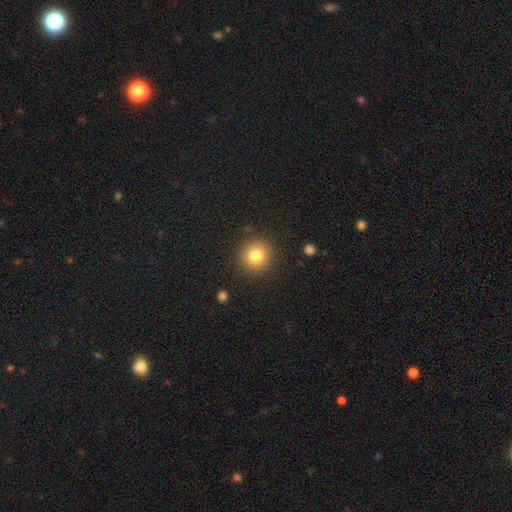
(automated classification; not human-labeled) smooth-or-featured: smooth: 81% | star or artifact: 11% | featured or disk: 8%
  how-rounded: round: 93% | in between: 6% | cigar-shaped: 1%
  merging: none: 89% | minor disturbance: 7% | major disturbance: 3% | merger: 1%